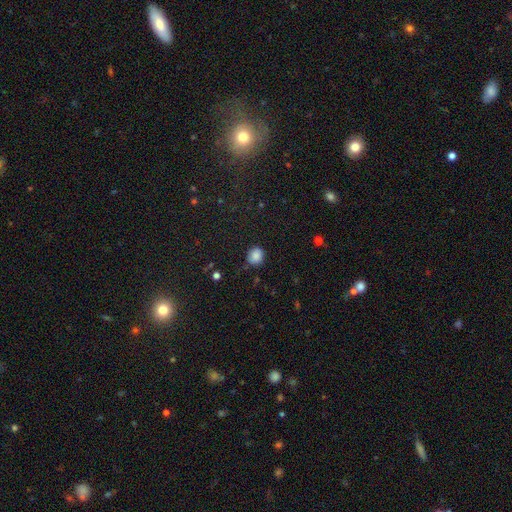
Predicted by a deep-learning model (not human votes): Overall: smooth (84%). How rounded: round (80%). Merging: none (79%).